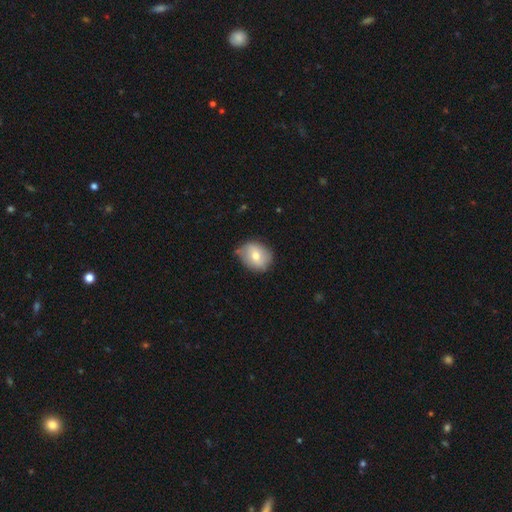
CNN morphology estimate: This appears to be a smooth galaxy with no disk features (69%) that is round (53%). Merging: none (73%).